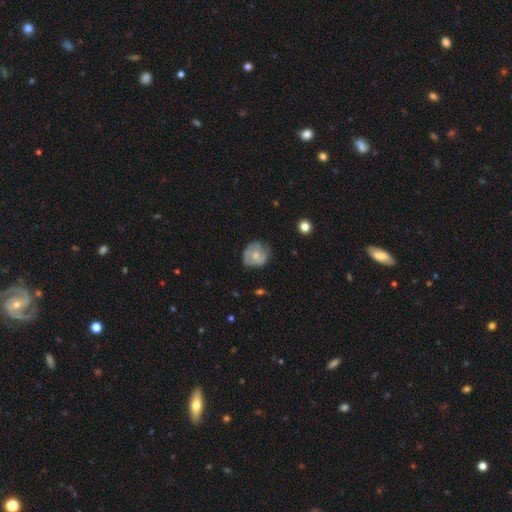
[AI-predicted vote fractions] smooth_or_featured: featured or disk (p=0.50) [alt: smooth p=0.43]
disk_edge_on: no (p=0.97) [alt: yes p=0.03]
merging: none (p=0.60) [alt: minor disturbance p=0.28]